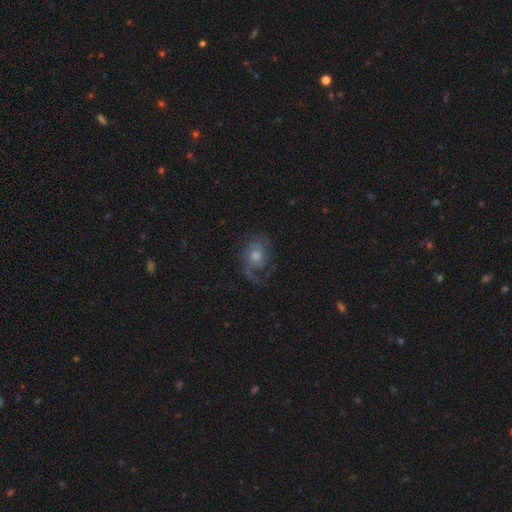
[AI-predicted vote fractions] Smooth or featured?
  - featured or disk: 65% *
  - smooth: 25%
  - star or artifact: 10%
Edge-on disk?
  - no: 96% *
  - yes: 4%
Bar?
  - no: 76% *
  - weak: 21%
  - strong: 3%
Spiral arms?
  - yes: 84% *
  - no: 16%
Spiral winding?
  - medium: 42% *
  - loose: 32%
  - tight: 26%
Spiral arm count?
  - 1: 38% *
  - 2: 37%
  - can't tell: 17%
  - 3: 5%
  - 4: 2%
  - more than 4: 2%
Bulge size?
  - moderate: 61% *
  - small: 25%
  - large: 10%
  - none: 3%
  - dominant: 2%
Merging?
  - none: 52% *
  - major disturbance: 25%
  - minor disturbance: 22%
  - merger: 2%